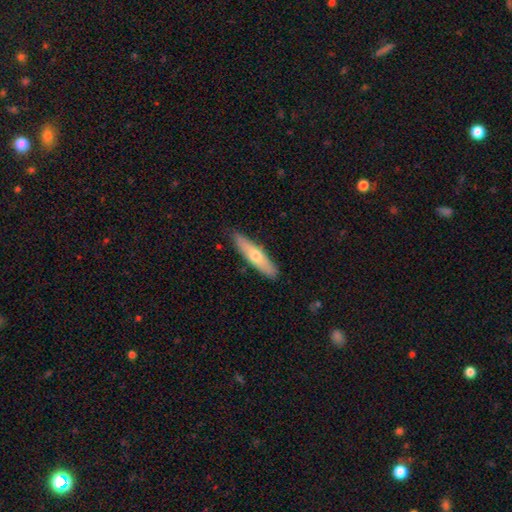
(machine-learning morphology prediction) Smooth or featured?
  - smooth: 57% *
  - featured or disk: 38%
  - star or artifact: 5%
How rounded?
  - cigar-shaped: 77% *
  - in between: 21%
  - round: 2%
Merging?
  - none: 87% *
  - minor disturbance: 10%
  - major disturbance: 2%
  - merger: 1%